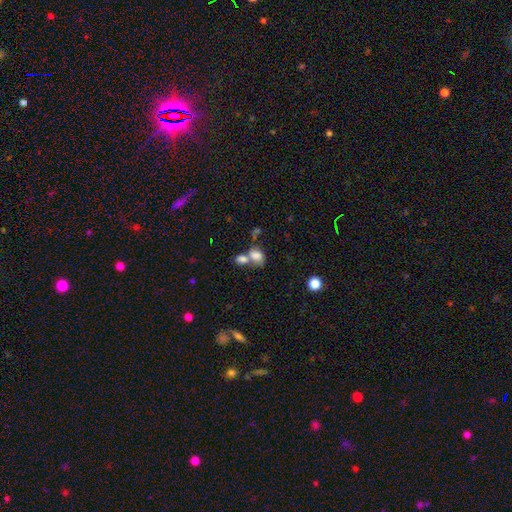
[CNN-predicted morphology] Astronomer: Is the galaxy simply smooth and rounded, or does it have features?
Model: smooth — 78%.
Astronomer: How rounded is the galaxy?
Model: in between — 74%.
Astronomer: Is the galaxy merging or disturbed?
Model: merger — 58%.